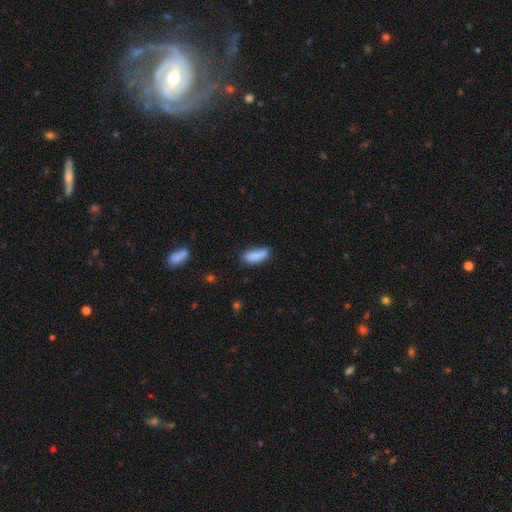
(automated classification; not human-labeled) smooth 85%, star or artifact 8%, featured or disk 7%. Down the decision tree: how rounded — in between (71%); merging — none (59%).